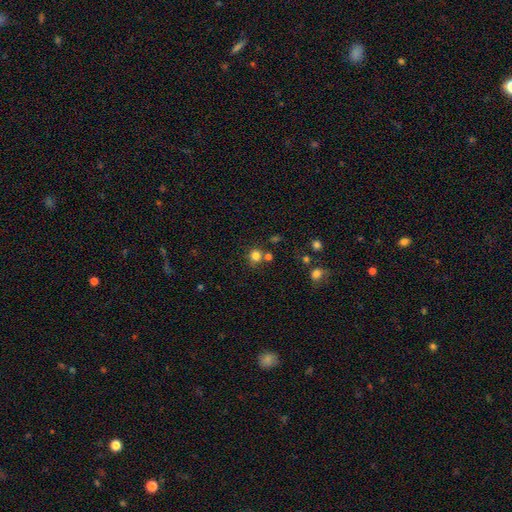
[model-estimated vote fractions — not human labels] The model was most divided on "merging": none: 70%, merger: 16%, minor disturbance: 11%, major disturbance: 4%. More confident: how rounded — round (88%); smooth or featured — smooth (80%).